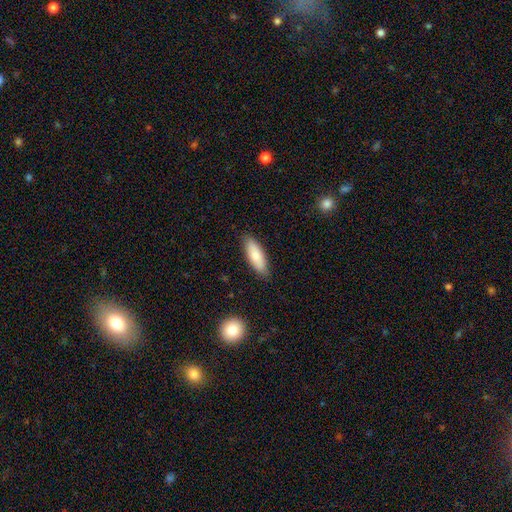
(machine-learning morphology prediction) smooth_or_featured: smooth (p=0.80) [alt: featured or disk p=0.14]
how_rounded: in between (p=0.63) [alt: cigar-shaped p=0.35]
merging: none (p=0.86) [alt: minor disturbance p=0.11]